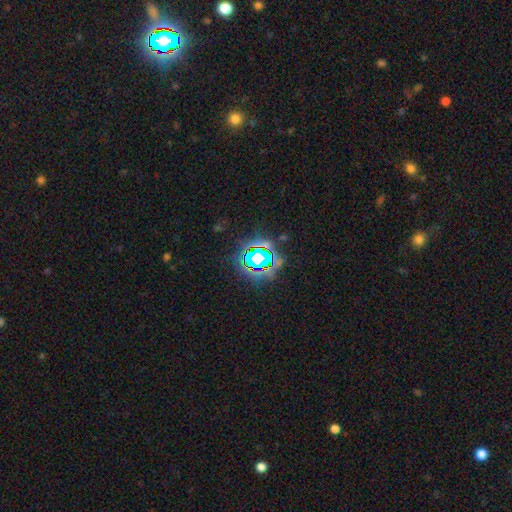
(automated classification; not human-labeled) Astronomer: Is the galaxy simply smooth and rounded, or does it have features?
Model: star or artifact — 69%.